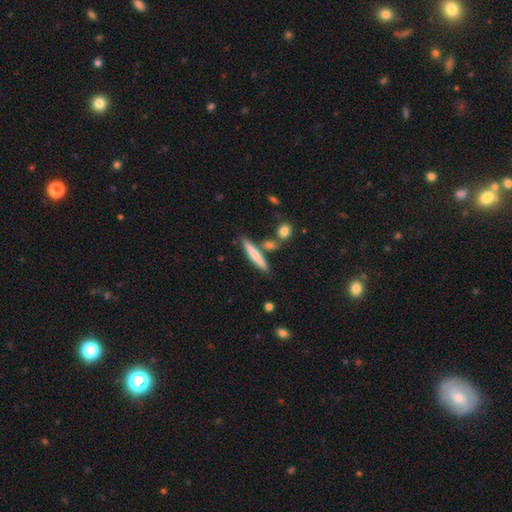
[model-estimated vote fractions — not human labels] Morphology: type=smooth (65%); roundness=cigar-shaped (91%); merging=none (77%).